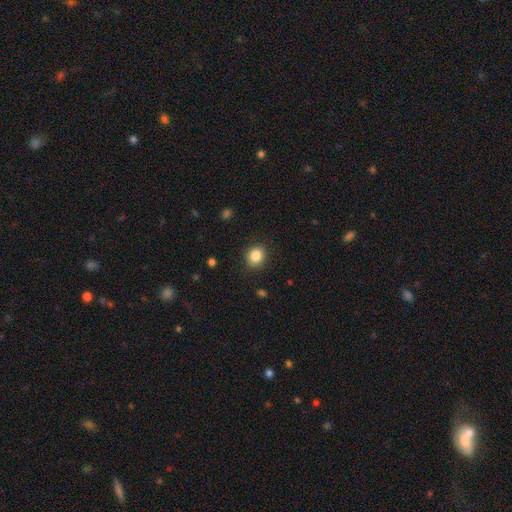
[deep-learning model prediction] smooth-or-featured: smooth: 85% | star or artifact: 10% | featured or disk: 5%
  how-rounded: round: 75% | in between: 24% | cigar-shaped: 1%
  merging: none: 89% | minor disturbance: 8% | major disturbance: 2% | merger: 1%